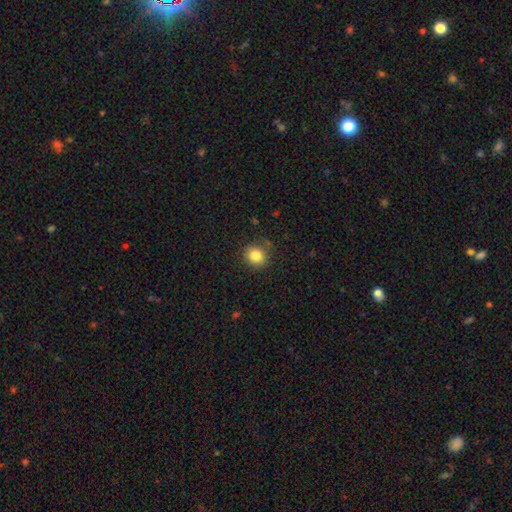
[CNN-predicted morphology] Overall: smooth (83%). How rounded: round (76%). Merging: none (84%).